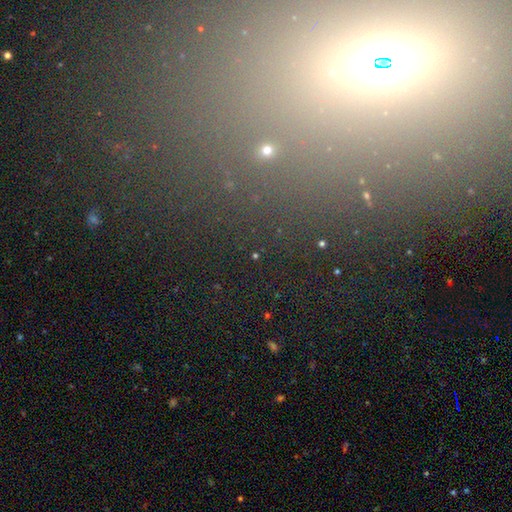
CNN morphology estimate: smooth-or-featured: star or artifact: 64% | smooth: 23% | featured or disk: 13%